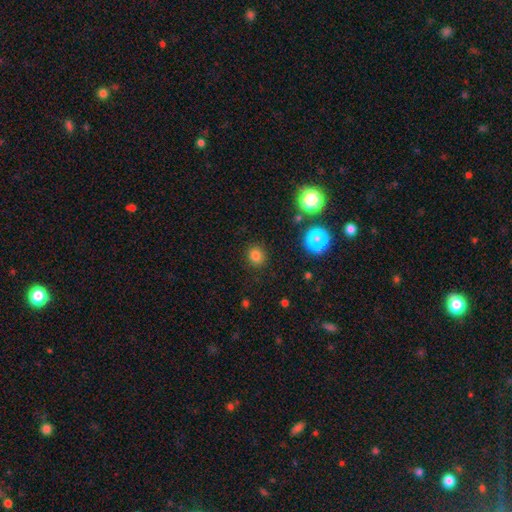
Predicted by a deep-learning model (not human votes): Morphology: type=smooth (79%); roundness=round (82%); merging=none (89%).